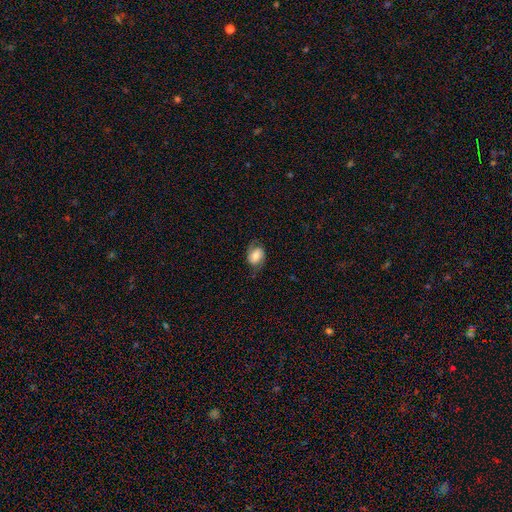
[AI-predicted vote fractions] This is possibly a featured or disk galaxy (56%). It is clearly not viewed edge-on (97%). Bar: possibly no (47%). Spiral arm pattern: clearly yes (90%). Central bulge: possibly moderate (47%). Merging: likely none (71%).